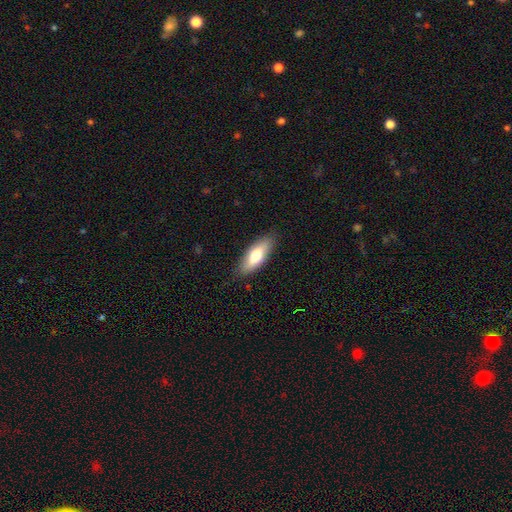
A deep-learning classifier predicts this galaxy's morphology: This is likely a smooth galaxy (68%). How rounded: likely in between (65%). Merging: clearly none (85%).